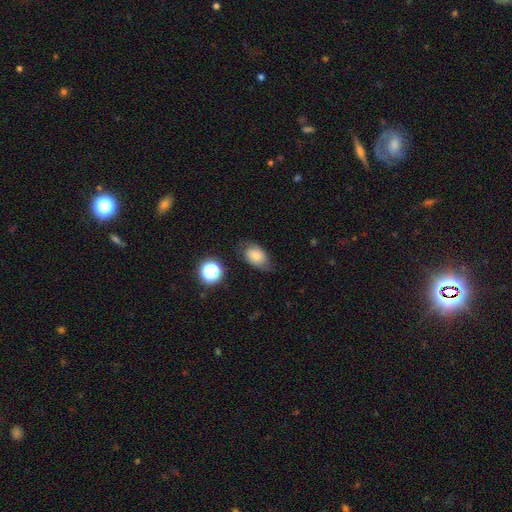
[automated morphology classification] This appears to be a smooth galaxy with no disk features (62%) that is in between round and cigar-shaped (82%). Merging: none (64%).